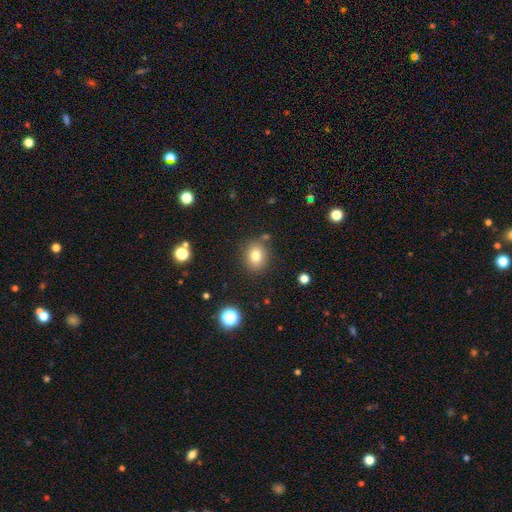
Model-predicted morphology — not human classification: A smooth galaxy with no disk features (79%) that is round (64%).

Vote fractions:
- Smooth or featured? smooth: 79% / star or artifact: 12% / featured or disk: 9%
- How rounded? round: 64% / in between: 35% / cigar-shaped: 1%
- Merging? none: 83% / minor disturbance: 10% / merger: 4% / major disturbance: 3%